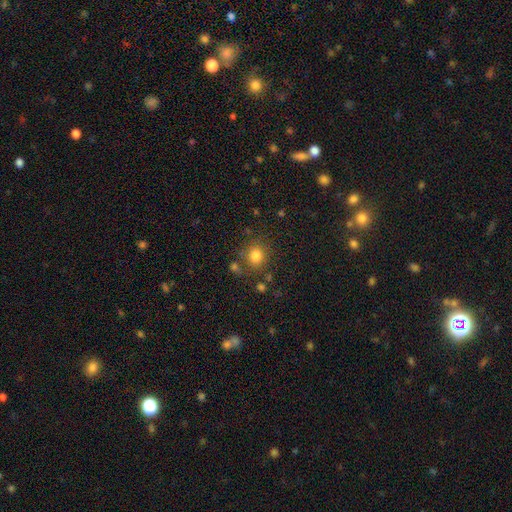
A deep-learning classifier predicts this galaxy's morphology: This is clearly a smooth galaxy (81%). How rounded: clearly round (84%). Merging: likely none (76%).